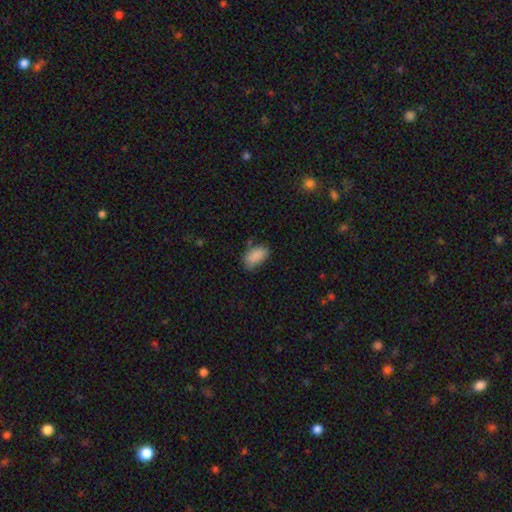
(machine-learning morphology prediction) The model was most divided on "merging": none: 64%, minor disturbance: 27%, major disturbance: 6%, merger: 3%. More confident: how rounded — in between (93%); smooth or featured — smooth (87%).